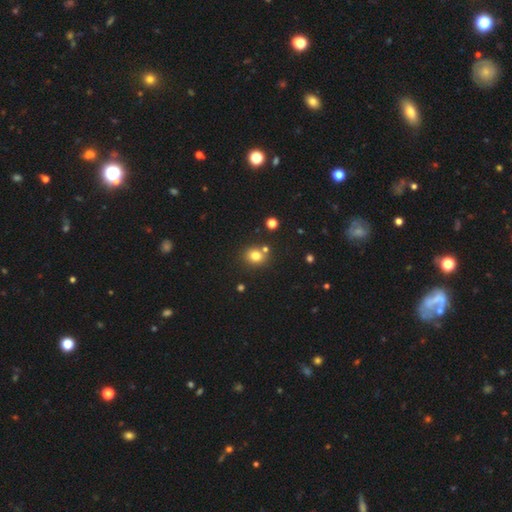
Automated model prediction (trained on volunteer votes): Smooth or featured? Predicted: smooth (p=0.78). How rounded? Predicted: round (p=0.75). Merging? Predicted: none (p=0.75).